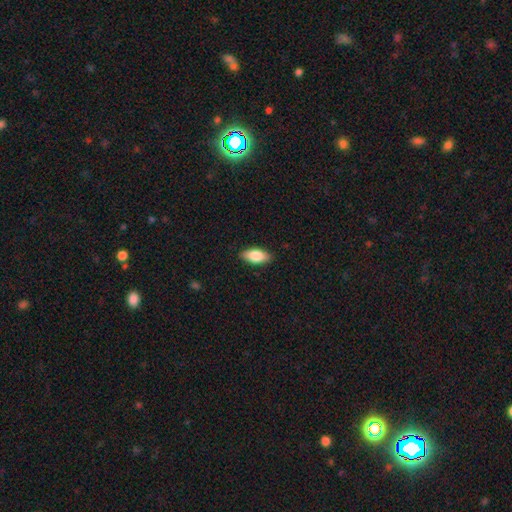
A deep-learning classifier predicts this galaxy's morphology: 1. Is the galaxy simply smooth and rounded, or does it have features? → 81% smooth, 13% featured or disk, 6% star or artifact.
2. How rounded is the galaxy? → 88% in between, 10% cigar-shaped, 3% round.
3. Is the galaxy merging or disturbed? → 87% none, 10% minor disturbance, 2% major disturbance, 1% merger.